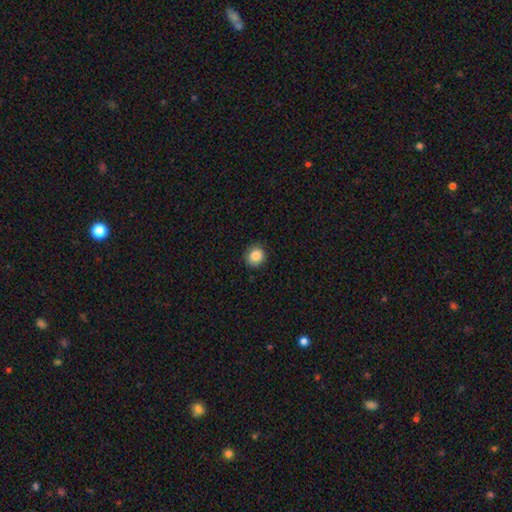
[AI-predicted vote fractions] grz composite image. It shows a smooth galaxy with no disk features (87%) that is round (90%). Merging: none (88%).